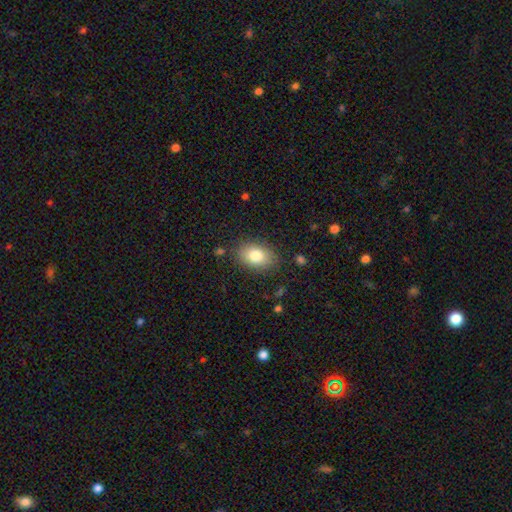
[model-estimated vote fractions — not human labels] smooth_or_featured: smooth (p=0.81) [alt: featured or disk p=0.11]
how_rounded: in between (p=0.82) [alt: round p=0.17]
merging: none (p=0.83) [alt: minor disturbance p=0.12]